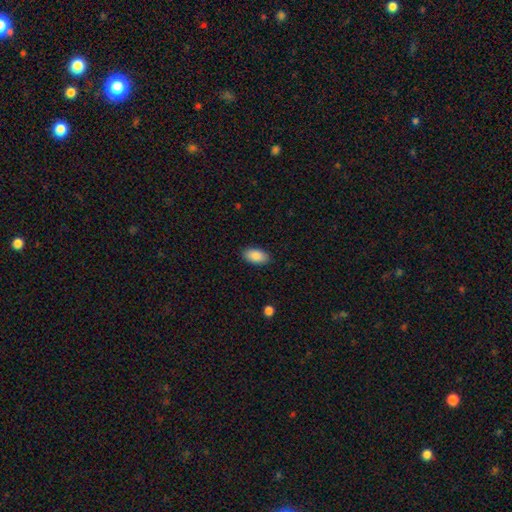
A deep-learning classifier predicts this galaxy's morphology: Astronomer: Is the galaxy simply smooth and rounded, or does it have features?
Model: smooth — 89%.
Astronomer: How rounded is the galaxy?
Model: in between — 95%.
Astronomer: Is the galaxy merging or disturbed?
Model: none — 89%.